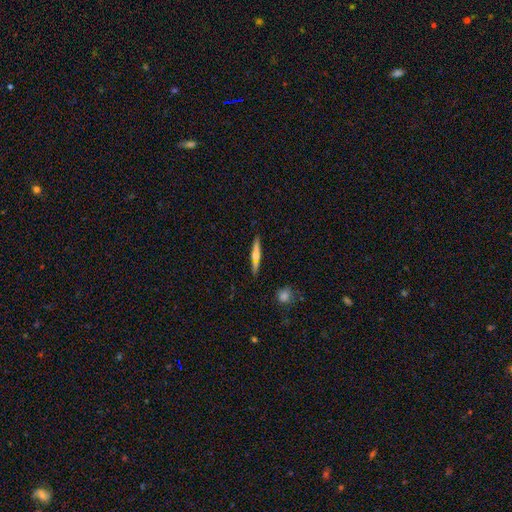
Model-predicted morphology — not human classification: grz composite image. It shows a featured or disk galaxy (49%). Merging: none (80%).